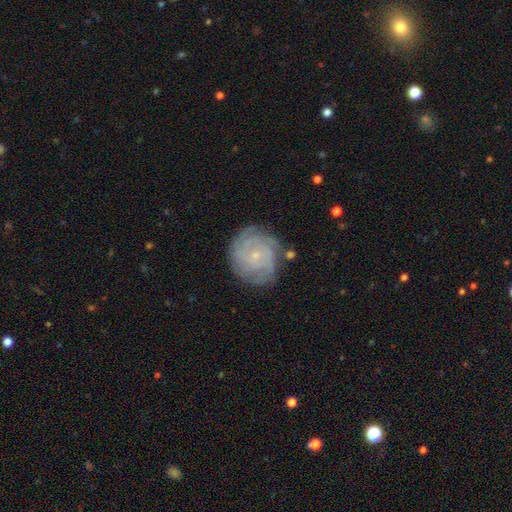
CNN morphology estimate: Smooth or featured? Predicted: featured or disk (p=0.81). Edge-on disk? Predicted: no (p=0.98). Bar? Predicted: no (p=0.77). Spiral arms? Predicted: yes (p=0.96). Spiral winding? Predicted: tight (p=0.77). Spiral arm count? Predicted: can't tell (p=0.26). Bulge size? Predicted: small (p=0.84). Merging? Predicted: none (p=0.76).